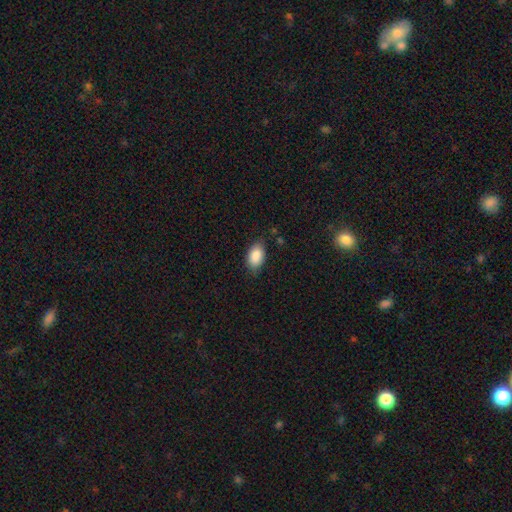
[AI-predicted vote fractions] Smooth or featured? Predicted: smooth (p=0.89). How rounded? Predicted: in between (p=0.92). Merging? Predicted: none (p=0.79).